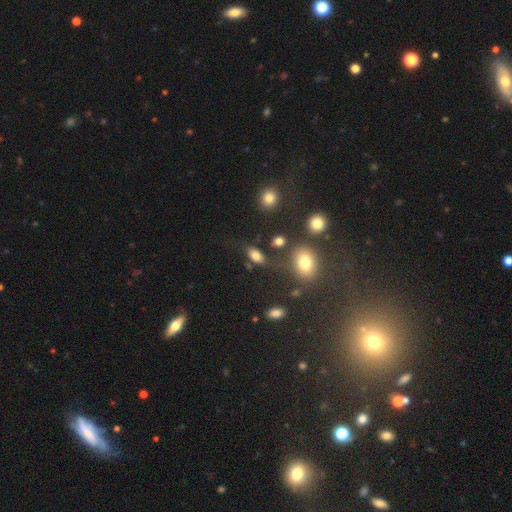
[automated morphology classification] This is likely a smooth galaxy (80%). How rounded: clearly in between (86%). Merging: likely none (66%).